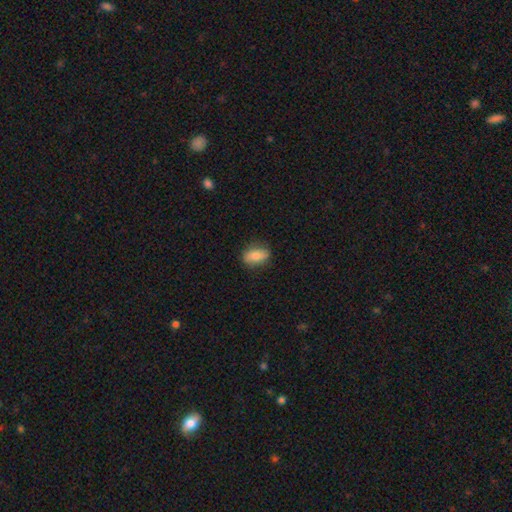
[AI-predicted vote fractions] The model was most divided on "smooth or featured": smooth: 77%, featured or disk: 16%, star or artifact: 7%. More confident: how rounded — in between (84%); merging — none (82%).